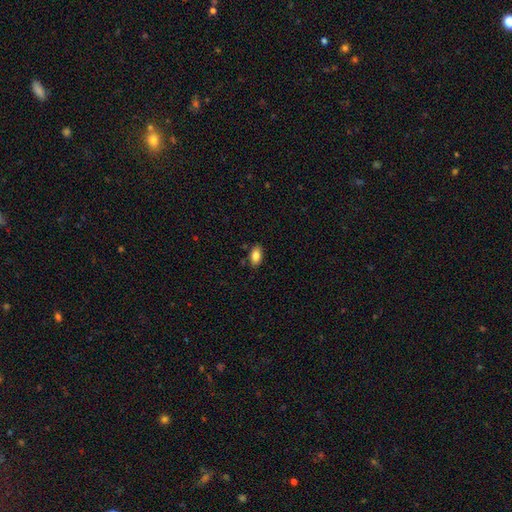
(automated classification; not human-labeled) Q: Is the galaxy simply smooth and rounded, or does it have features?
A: smooth — 86%.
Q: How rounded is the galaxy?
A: in between — 92%.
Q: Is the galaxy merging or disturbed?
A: none — 84%.